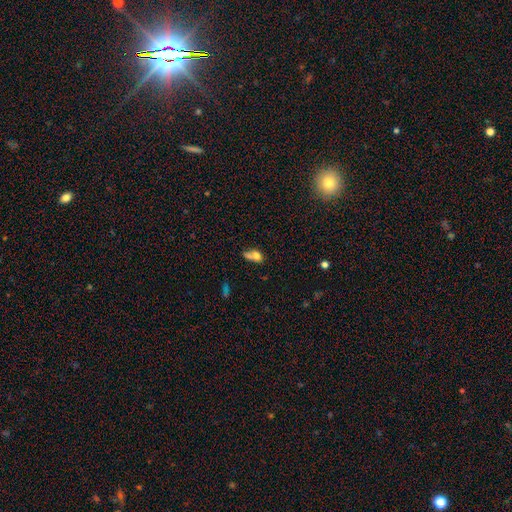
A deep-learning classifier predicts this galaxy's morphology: Overall: smooth (69%). How rounded: in between (68%). Merging: merger (43%; none 25%).